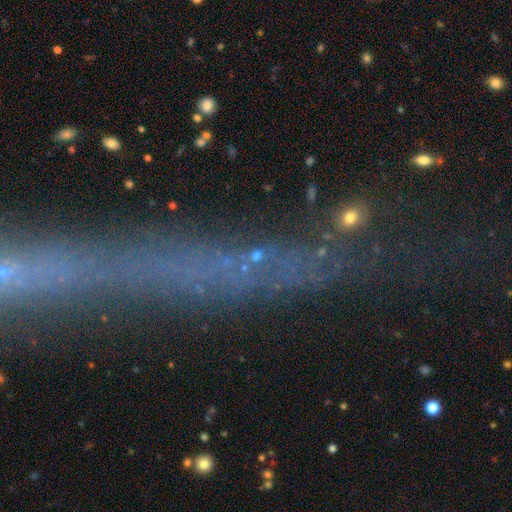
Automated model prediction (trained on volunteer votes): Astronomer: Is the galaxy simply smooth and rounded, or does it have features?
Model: star or artifact — 49% (runner-up: smooth, 27%).